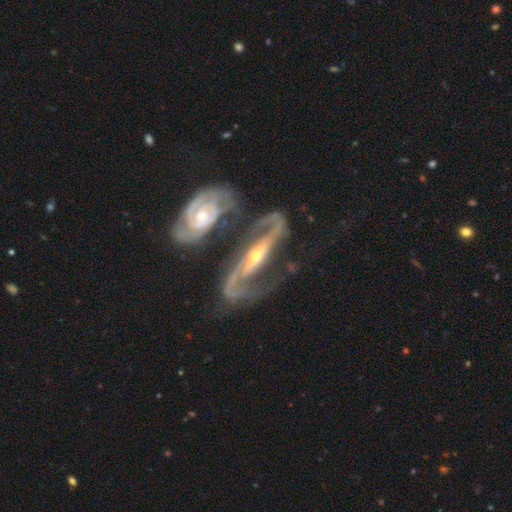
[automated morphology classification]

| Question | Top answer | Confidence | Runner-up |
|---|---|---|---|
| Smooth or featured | featured or disk | 89% | smooth (6%) |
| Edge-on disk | no | 86% | yes (14%) |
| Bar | strong | 43% | no (32%) |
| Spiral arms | yes | 94% | no (6%) |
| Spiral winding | medium | 44% | tight (30%) |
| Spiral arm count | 2 | 81% | can't tell (7%) |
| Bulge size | moderate | 48% | small (47%) |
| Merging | merger | 41% | none (31%) |